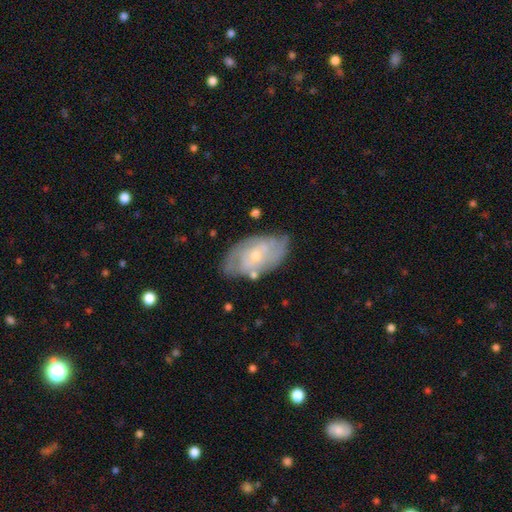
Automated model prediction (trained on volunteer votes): Smooth or featured? featured or disk (73%)
Edge-on disk? no (94%)
Bar? no (72%)
Spiral arms? yes (82%)
Spiral winding? tight (57%)
Spiral arm count? can't tell (43%)
Bulge size? small (68%)
Merging? none (69%)